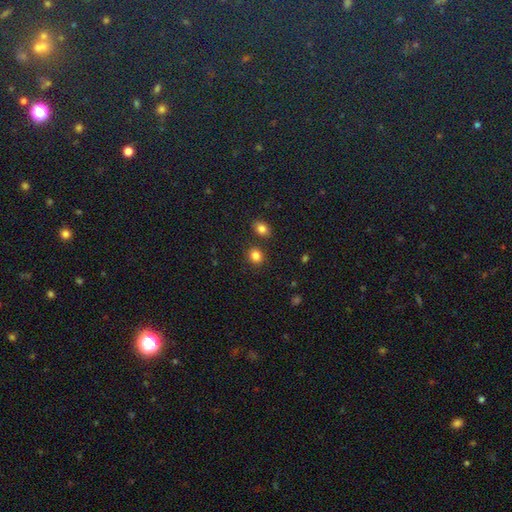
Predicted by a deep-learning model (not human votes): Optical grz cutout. It shows a smooth galaxy with no disk features (84%) that is round (72%). Merging: none (79%).